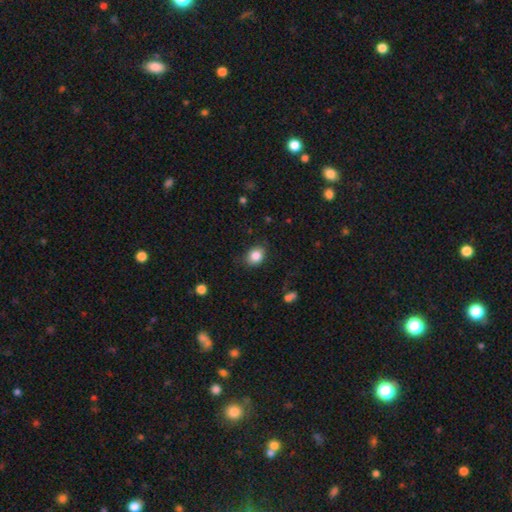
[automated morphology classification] type=smooth (84%); roundness=in between (57%); merging=none (81%).